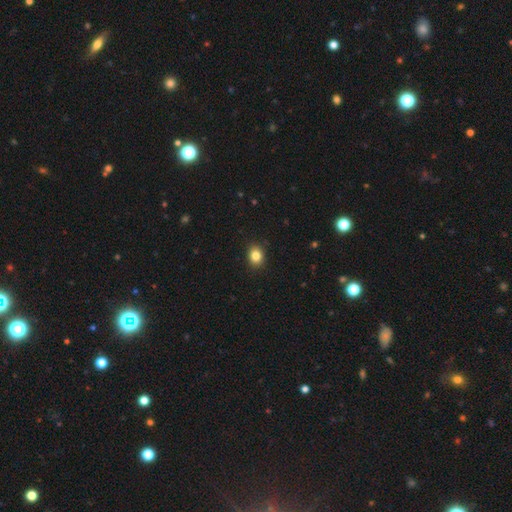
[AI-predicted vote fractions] Q: Smooth or featured?
A: smooth (84%); runner-up: star or artifact (10%)
Q: How rounded?
A: round (51%); runner-up: in between (48%)
Q: Merging?
A: none (89%); runner-up: minor disturbance (8%)